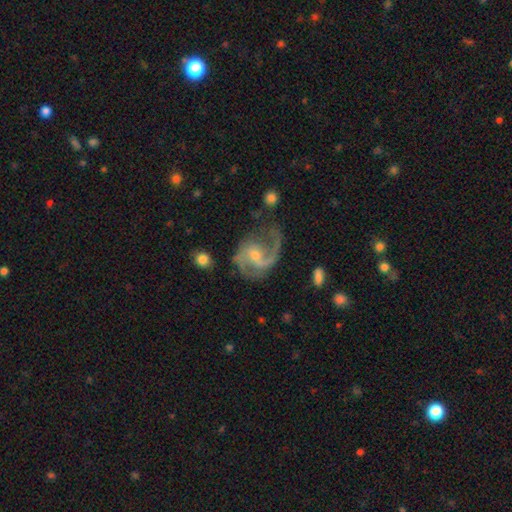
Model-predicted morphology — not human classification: A featured or disk galaxy (89%) with no bar (46%), 2 (79%) medium (51%) spiral arms (97%) and a small central bulge (59%). Merging: none (59%).